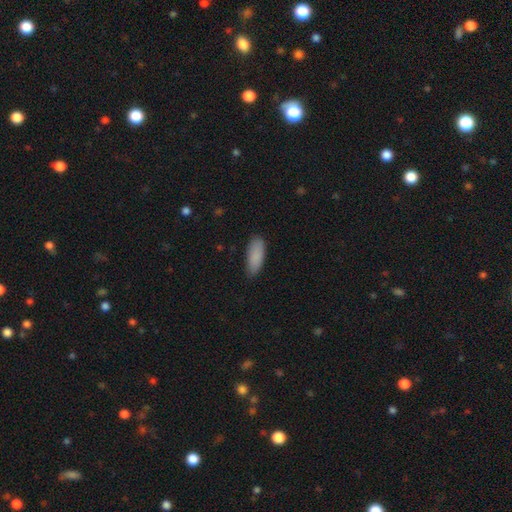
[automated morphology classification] smooth_or_featured: smooth (p=0.89) [alt: star or artifact p=0.06]
how_rounded: in between (p=0.75) [alt: cigar-shaped p=0.23]
merging: none (p=0.81) [alt: minor disturbance p=0.15]